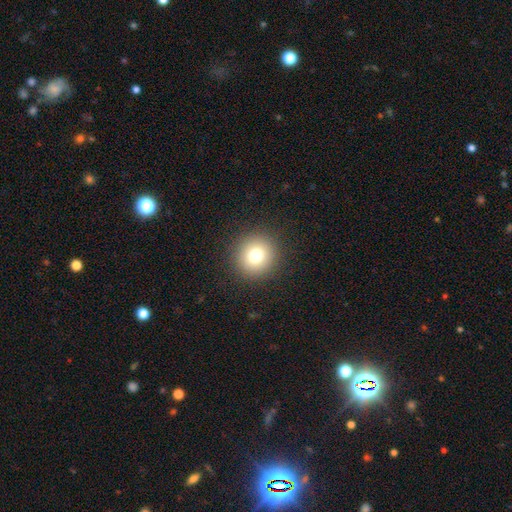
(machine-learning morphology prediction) Smooth or featured? smooth (77%)
How rounded? round (92%)
Merging? none (91%)